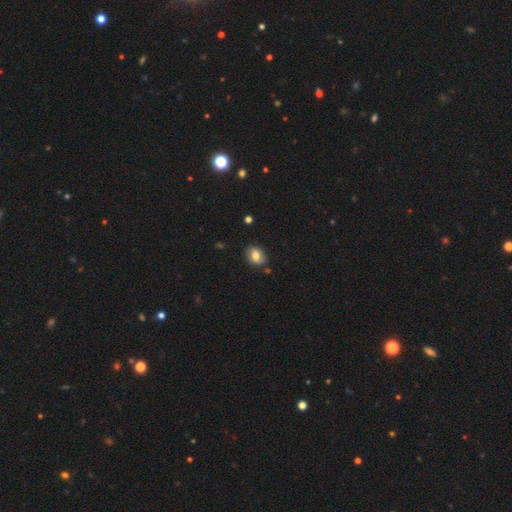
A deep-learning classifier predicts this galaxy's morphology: Overall: smooth (74%). How rounded: in between (61%; round 38%). Merging: none (78%).